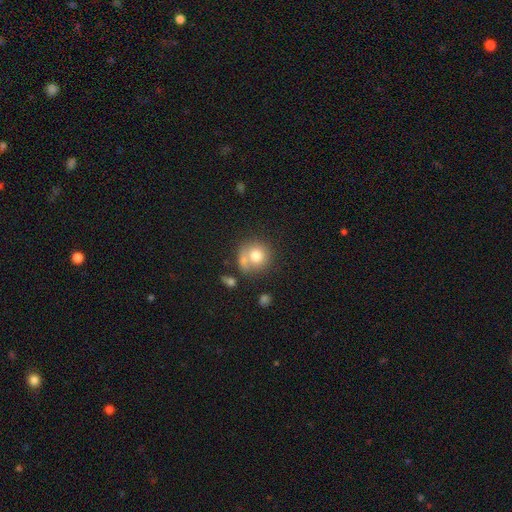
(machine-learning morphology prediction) A smooth galaxy with no disk features (75%) that is round (87%). Merging: none (47%).